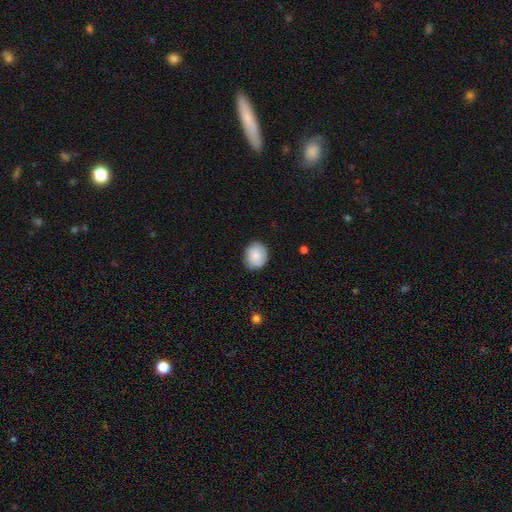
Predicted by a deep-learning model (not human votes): Smooth or featured: smooth — 85% (featured or disk — 8%)
How rounded: round — 71% (in between — 28%)
Merging: none — 84% (minor disturbance — 13%)